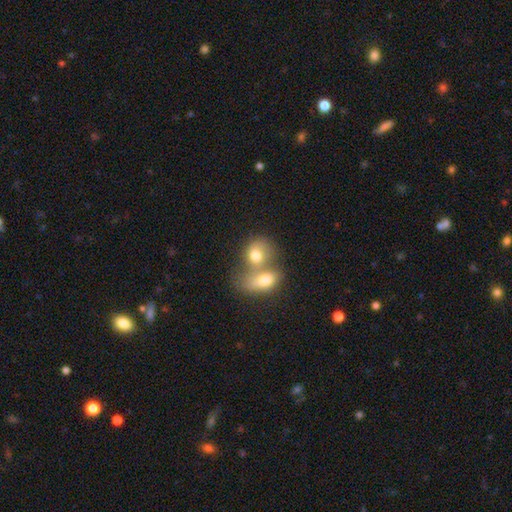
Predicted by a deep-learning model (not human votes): Smooth or featured? Predicted: smooth (p=0.73). How rounded? Predicted: in between (p=0.54). Merging? Predicted: merger (p=0.71).